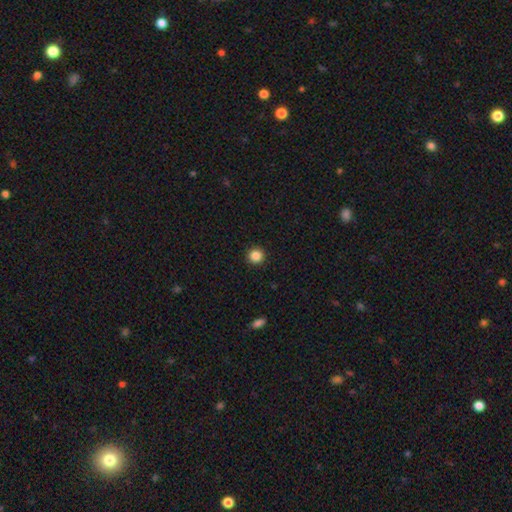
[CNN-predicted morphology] A smooth galaxy with no disk features (86%) that is round (95%). Merging: none (93%).